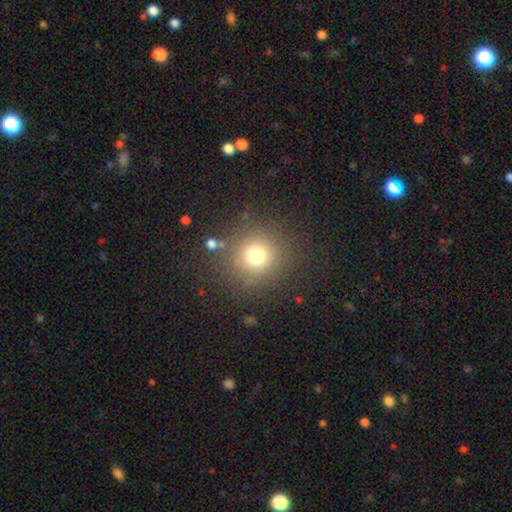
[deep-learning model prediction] Overall: smooth (73%). How rounded: round (92%). Merging: none (85%).